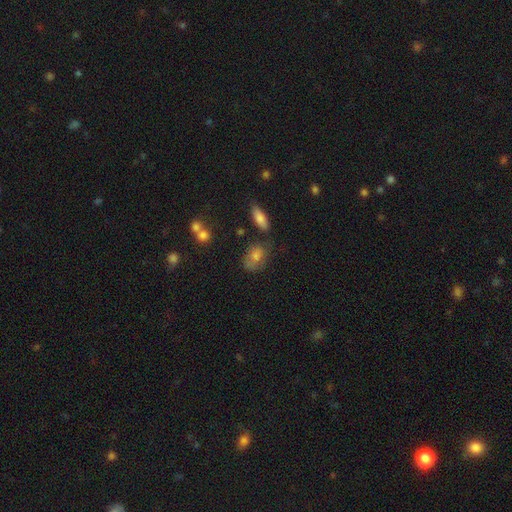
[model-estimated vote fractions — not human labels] Smooth or featured? Predicted: smooth (p=0.67). How rounded? Predicted: in between (p=0.76). Merging? Predicted: none (p=0.52).